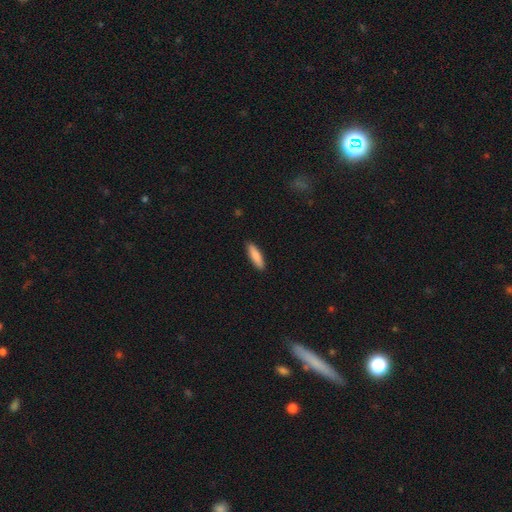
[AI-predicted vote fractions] Morphology: type=smooth (86%); roundness=cigar-shaped (70%); merging=none (90%).